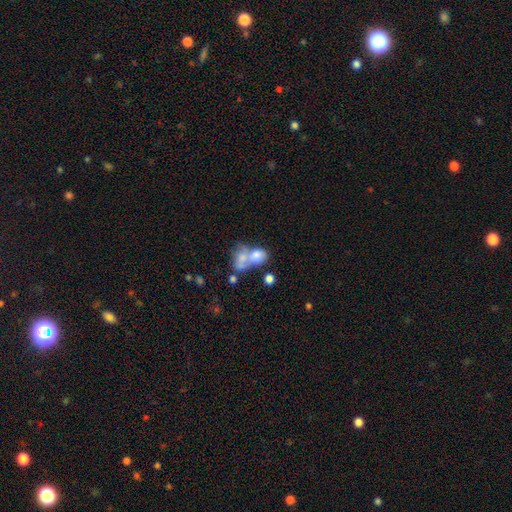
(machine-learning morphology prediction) A smooth galaxy with no disk features (69%) that is in between round and cigar-shaped (65%).

Vote fractions:
- Smooth or featured? smooth: 69% / featured or disk: 21% / star or artifact: 10%
- How rounded? in between: 65% / round: 34% / cigar-shaped: 2%
- Merging? merger: 68% / none: 18% / minor disturbance: 8% / major disturbance: 7%